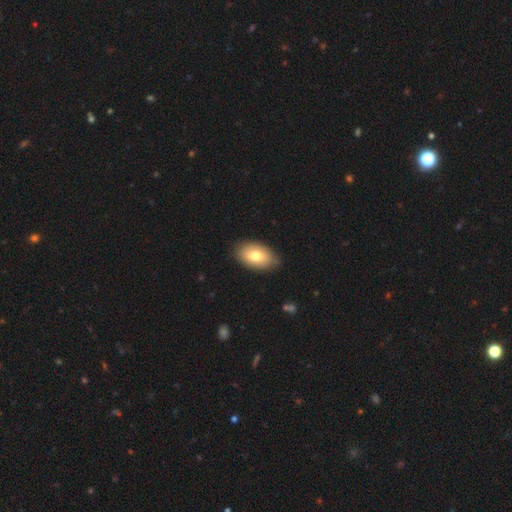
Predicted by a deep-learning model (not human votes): Smooth or featured? Predicted: smooth (p=0.76). How rounded? Predicted: in between (p=0.93). Merging? Predicted: none (p=0.84).